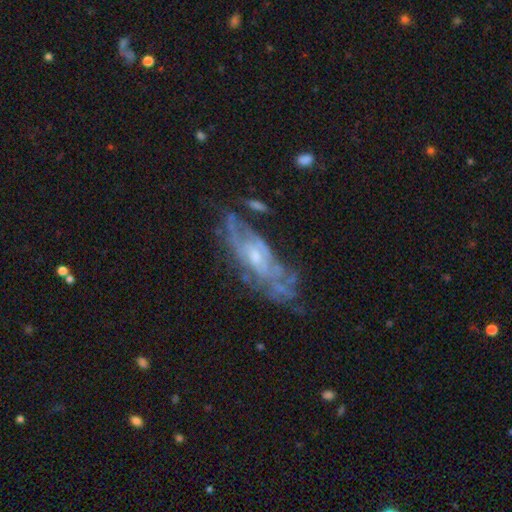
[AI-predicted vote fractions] Smooth or featured? featured or disk (77%)
Edge-on disk? no (84%)
Bar? no (63%)
Spiral arms? yes (72%)
Bulge size? small (53%)
Merging? none (55%)